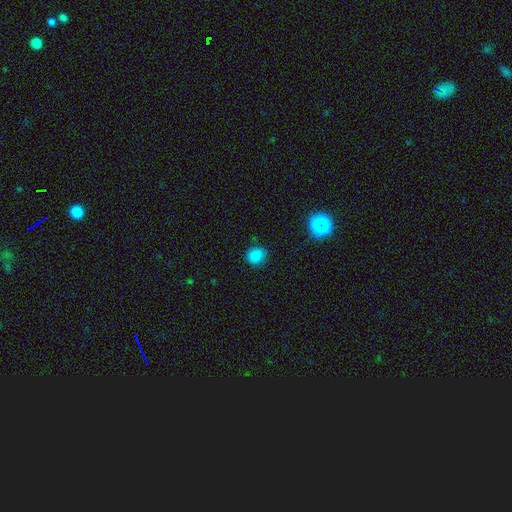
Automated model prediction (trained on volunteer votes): Smooth or featured: smooth — 82% (star or artifact — 14%)
How rounded: round — 76% (in between — 23%)
Merging: none — 83% (minor disturbance — 13%)